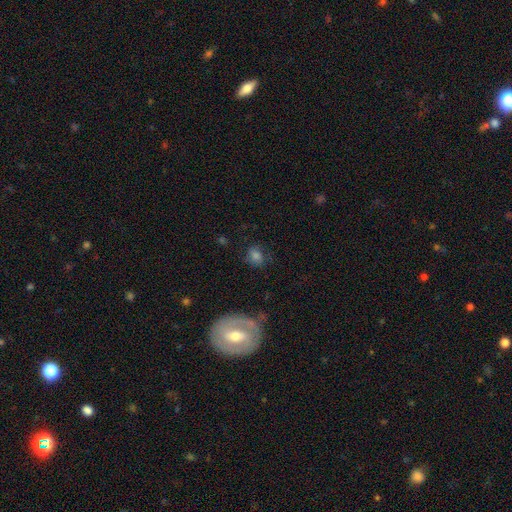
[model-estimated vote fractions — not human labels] Smooth or featured?
  - smooth: 64% *
  - featured or disk: 22%
  - star or artifact: 14%
How rounded?
  - round: 60% *
  - in between: 38%
  - cigar-shaped: 2%
Merging?
  - none: 71% *
  - minor disturbance: 18%
  - major disturbance: 8%
  - merger: 3%